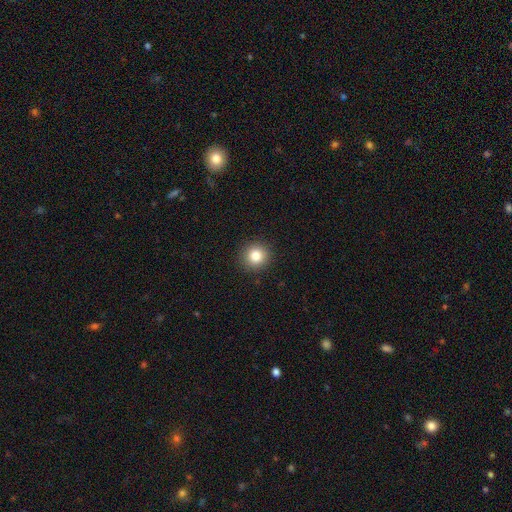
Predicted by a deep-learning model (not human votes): The model was most divided on "smooth or featured": smooth: 83%, star or artifact: 11%, featured or disk: 6%. More confident: how rounded — round (92%); merging — none (92%).